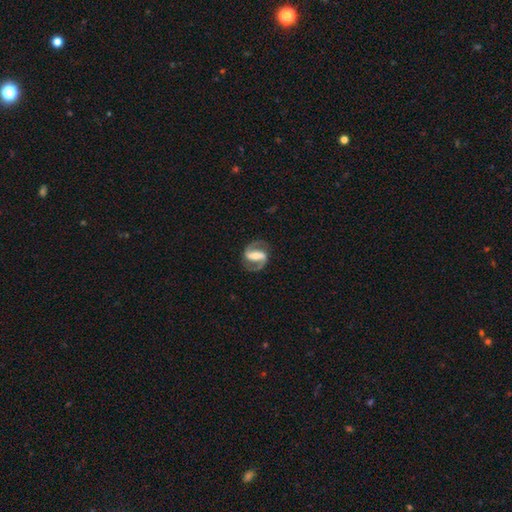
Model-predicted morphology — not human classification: type=featured or disk (89%); edge-on=no (97%); bar=strong (65%); spiral arms=yes (96%); winding=medium (57%); arm count=2 (93%); bulge=moderate (50%); merging=none (83%).